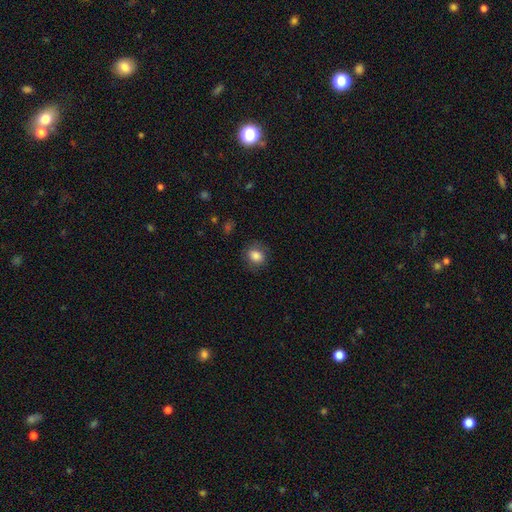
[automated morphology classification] Smooth or featured?
  - smooth: 83% *
  - star or artifact: 9%
  - featured or disk: 8%
How rounded?
  - round: 55% *
  - in between: 44%
  - cigar-shaped: 1%
Merging?
  - none: 81% *
  - minor disturbance: 13%
  - major disturbance: 5%
  - merger: 1%